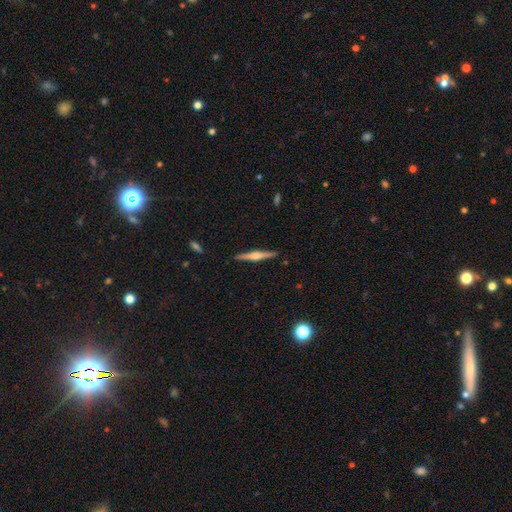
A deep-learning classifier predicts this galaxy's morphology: smooth-or-featured: featured or disk: 72% | smooth: 22% | star or artifact: 5%
  disk-edge-on: yes: 98% | no: 2%
    edge-on-bulge: rounded: 81% | boxy: 13% | none: 5%
  merging: none: 91% | minor disturbance: 7% | major disturbance: 1% | merger: 1%